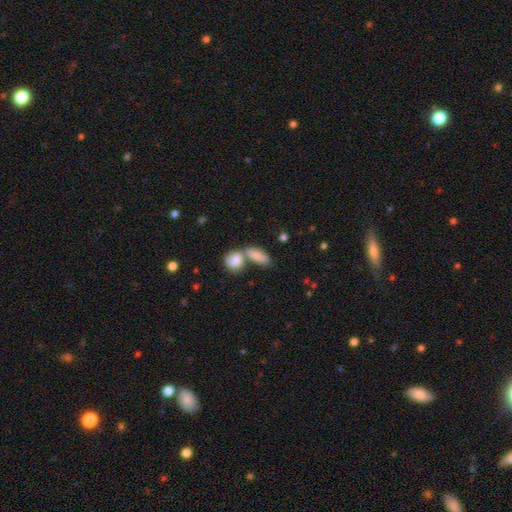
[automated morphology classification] This is likely a smooth galaxy (79%). How rounded: clearly in between (80%). Merging: possibly merger (54%).